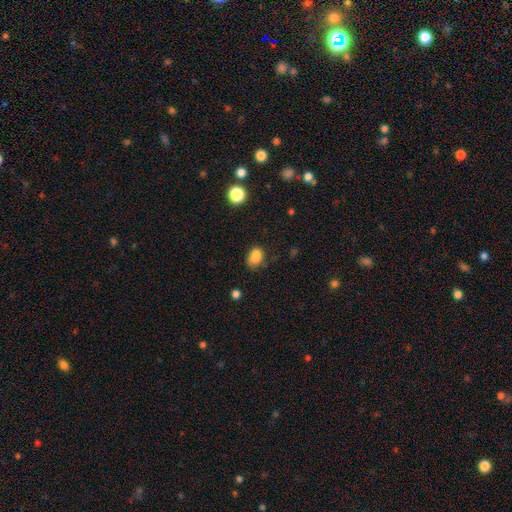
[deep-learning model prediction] Smooth or featured?
  - smooth: 83% *
  - star or artifact: 12%
  - featured or disk: 5%
How rounded?
  - in between: 71% *
  - round: 28%
  - cigar-shaped: 1%
Merging?
  - none: 59% *
  - minor disturbance: 30%
  - major disturbance: 8%
  - merger: 2%